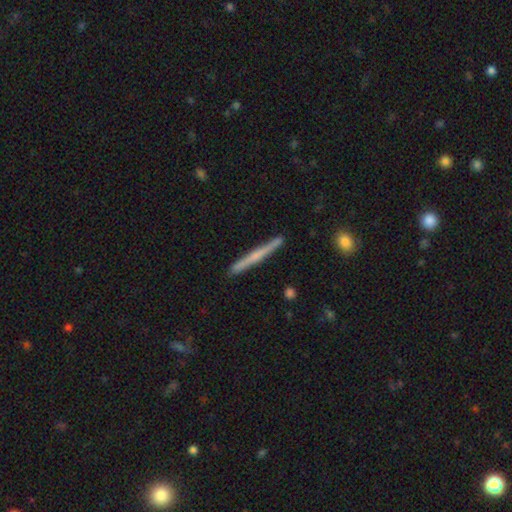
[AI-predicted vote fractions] The model was most divided on "smooth or featured": featured or disk: 54%, smooth: 40%, star or artifact: 6%. More confident: edge-on disk — yes (98%); merging — none (90%); edge-on bulge — none (58%).